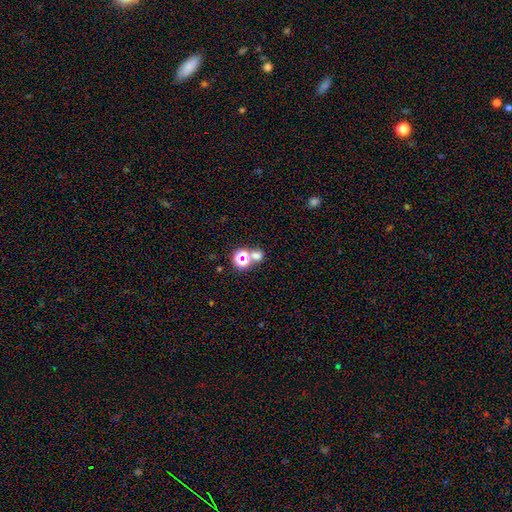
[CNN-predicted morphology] Smooth or featured?
  - smooth: 49% *
  - star or artifact: 42%
  - featured or disk: 9%
Merging?
  - none: 57% *
  - merger: 31%
  - minor disturbance: 8%
  - major disturbance: 5%